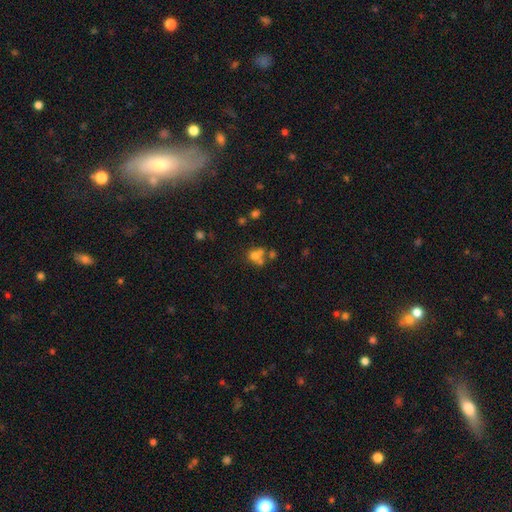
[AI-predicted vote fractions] The model was most divided on "merging": merger: 46%, none: 36%, minor disturbance: 10%, major disturbance: 7%. More confident: how rounded — round (68%); smooth or featured — smooth (65%).